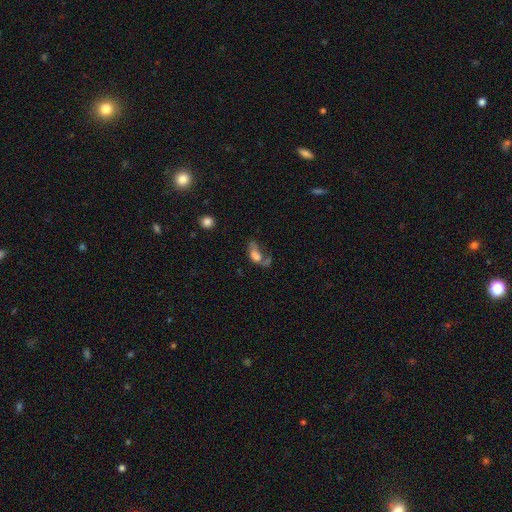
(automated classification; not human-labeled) Smooth or featured?
  - smooth: 54% *
  - featured or disk: 31%
  - star or artifact: 14%
How rounded?
  - in between: 82% *
  - round: 11%
  - cigar-shaped: 7%
Merging?
  - major disturbance: 39% *
  - merger: 24%
  - none: 21%
  - minor disturbance: 16%